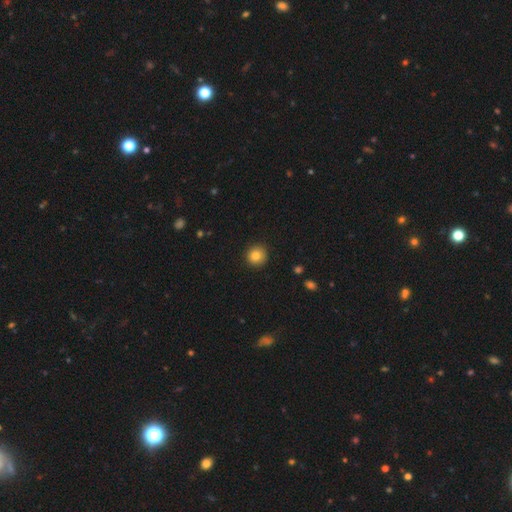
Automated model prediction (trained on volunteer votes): Morphology: type=smooth (83%); roundness=round (94%); merging=none (91%).